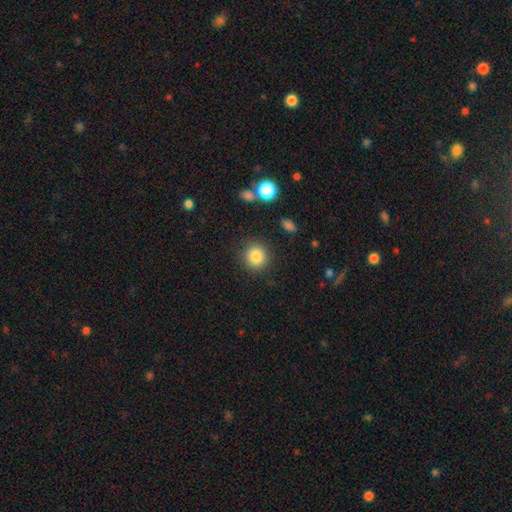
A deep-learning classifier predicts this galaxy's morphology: Smooth or featured? Predicted: smooth (p=0.84). How rounded? Predicted: round (p=0.89). Merging? Predicted: none (p=0.88).